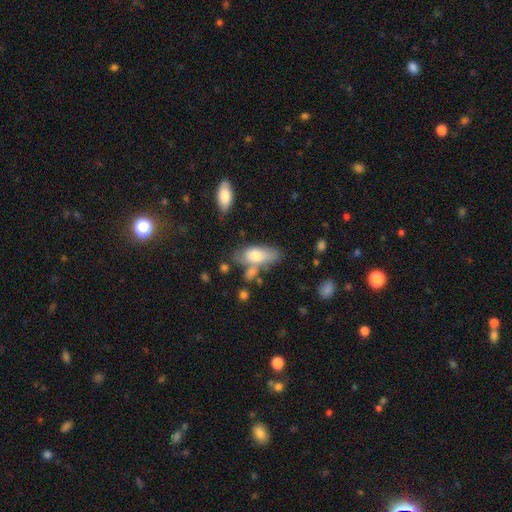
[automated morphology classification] Smooth or featured: smooth — 67% (featured or disk — 26%)
How rounded: in between — 81% (cigar-shaped — 16%)
Merging: none — 43% (minor disturbance — 25%)